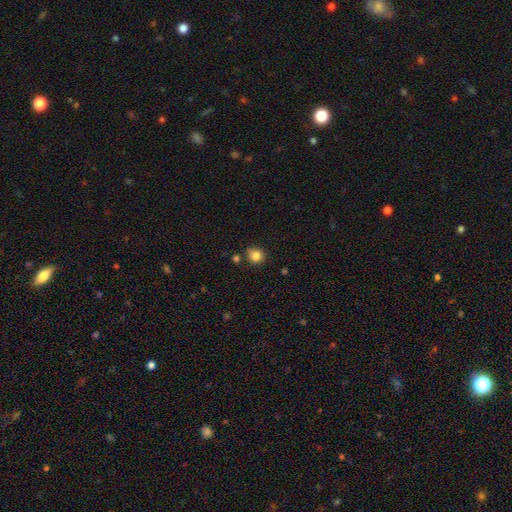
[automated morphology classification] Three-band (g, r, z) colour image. It shows a smooth galaxy with no disk features (83%) that is round (84%). Merging: none (78%).